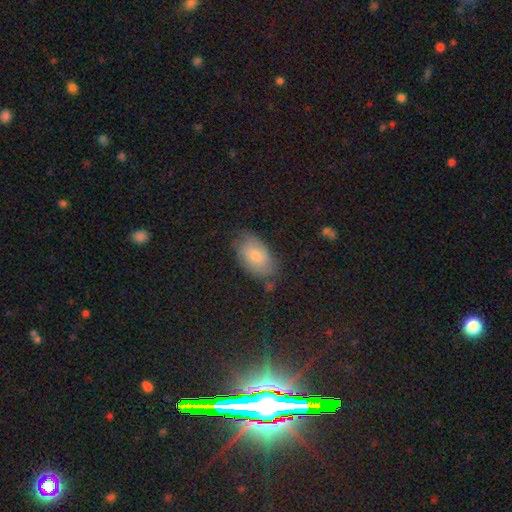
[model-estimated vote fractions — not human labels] Morphology: type=smooth (63%); roundness=in between (92%); merging=none (69%).